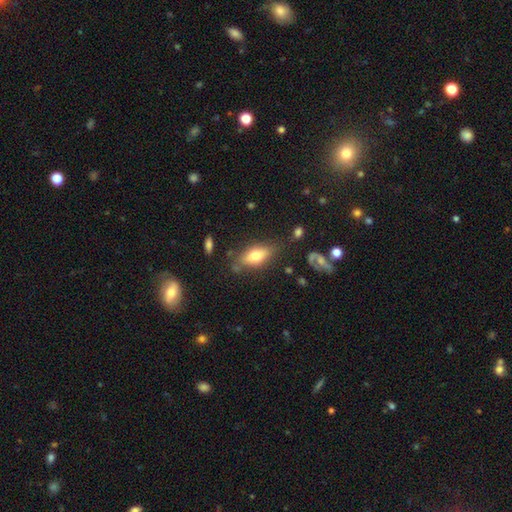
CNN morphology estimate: A smooth galaxy with no disk features (62%) that is in between round and cigar-shaped (75%). Merging: none (72%).